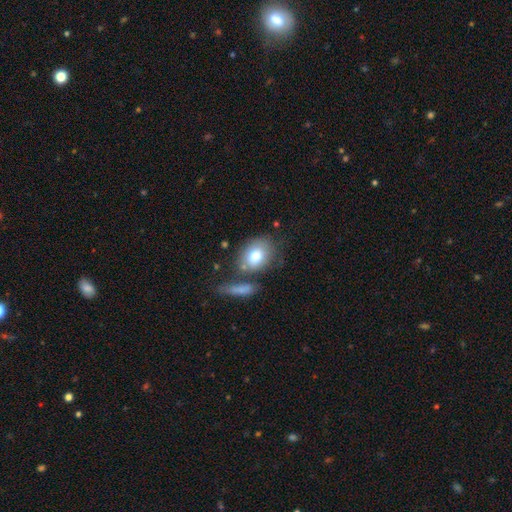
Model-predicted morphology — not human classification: A smooth galaxy with no disk features (73%) that is in between round and cigar-shaped (63%). Merging: none (58%).